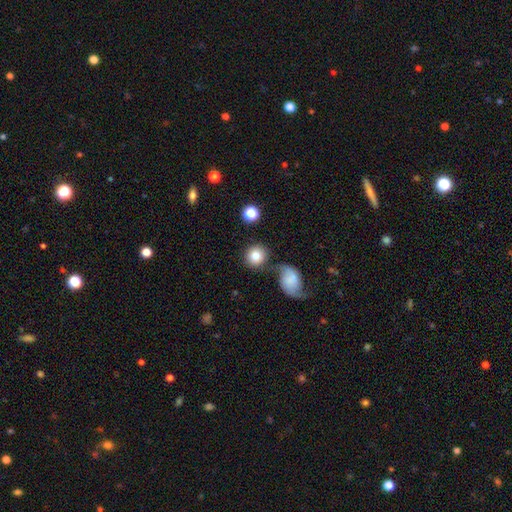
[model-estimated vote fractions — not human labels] Morphology: type=smooth (82%); roundness=round (88%); merging=none (70%).